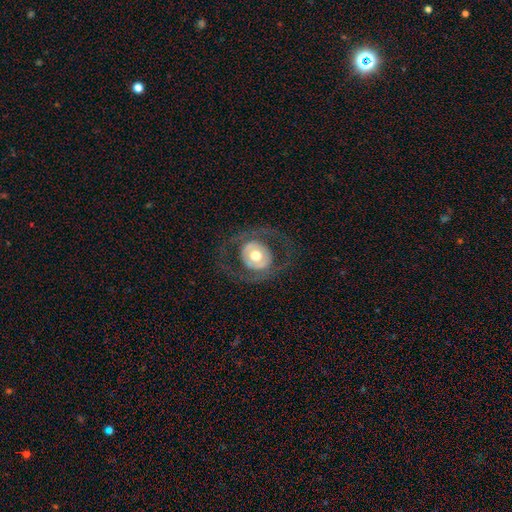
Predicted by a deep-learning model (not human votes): Smooth or featured? featured or disk (60%)
Edge-on disk? no (95%)
Bar? no (76%)
Spiral arms? no (71%)
Bulge size? moderate (65%)
Merging? none (74%)